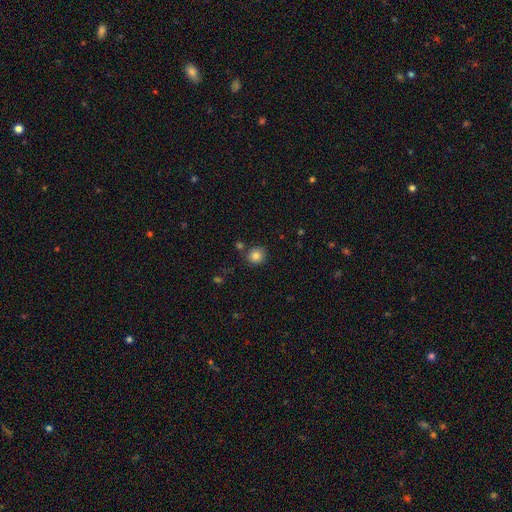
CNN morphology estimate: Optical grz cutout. It shows a smooth galaxy with no disk features (84%) that is round (85%). Merging: none (80%).